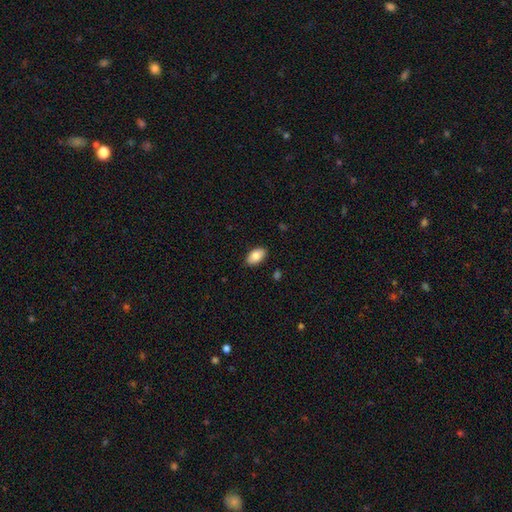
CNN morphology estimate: Smooth or featured?
  - smooth: 84% *
  - featured or disk: 9%
  - star or artifact: 7%
How rounded?
  - in between: 93% *
  - round: 5%
  - cigar-shaped: 2%
Merging?
  - none: 88% *
  - minor disturbance: 9%
  - major disturbance: 2%
  - merger: 1%